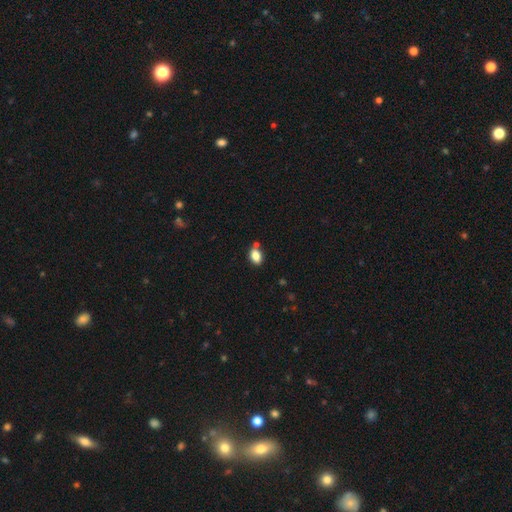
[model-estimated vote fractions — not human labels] A smooth galaxy with no disk features (84%) that is in between round and cigar-shaped (83%).

Vote fractions:
- Smooth or featured? smooth: 84% / star or artifact: 9% / featured or disk: 7%
- How rounded? in between: 83% / round: 15% / cigar-shaped: 2%
- Merging? none: 71% / minor disturbance: 13% / merger: 13% / major disturbance: 3%